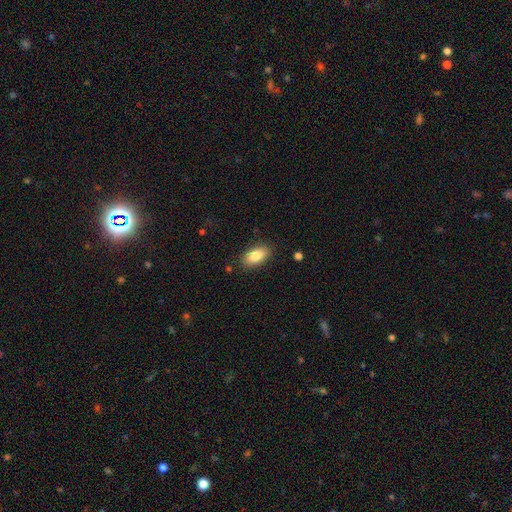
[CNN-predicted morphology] Smooth or featured? smooth (85%)
How rounded? in between (91%)
Merging? none (86%)